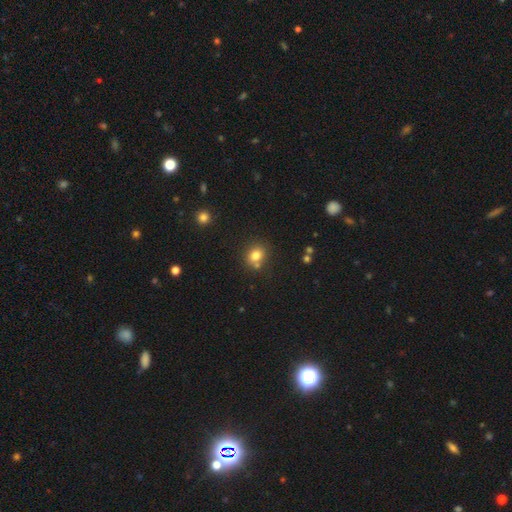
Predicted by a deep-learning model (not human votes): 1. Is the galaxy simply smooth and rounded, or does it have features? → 79% smooth, 13% star or artifact, 8% featured or disk.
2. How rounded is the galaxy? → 69% round, 30% in between, 1% cigar-shaped.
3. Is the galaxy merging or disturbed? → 68% none, 16% merger, 12% minor disturbance, 3% major disturbance.